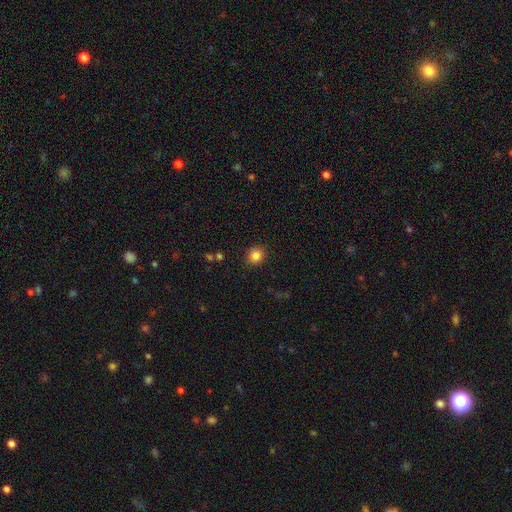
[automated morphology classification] This is clearly a smooth galaxy (85%). How rounded: clearly round (84%). Merging: clearly none (89%).